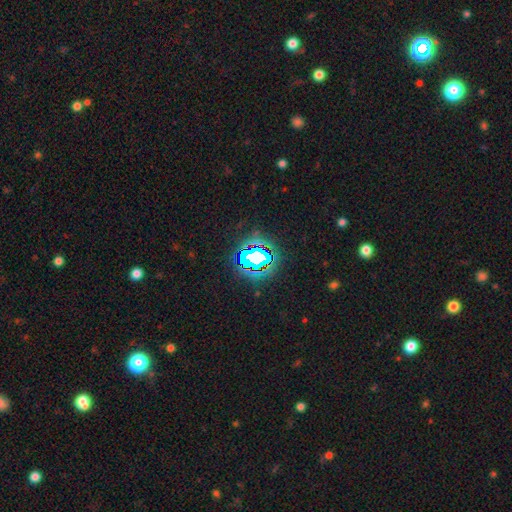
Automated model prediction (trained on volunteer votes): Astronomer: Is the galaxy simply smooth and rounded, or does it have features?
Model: star or artifact — 66%.